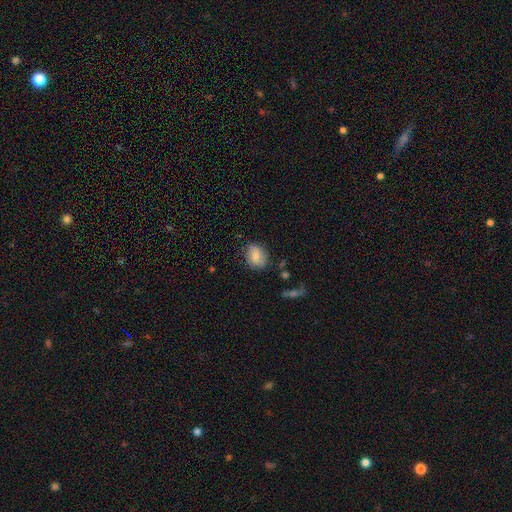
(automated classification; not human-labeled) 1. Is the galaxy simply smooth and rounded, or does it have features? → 74% smooth, 18% featured or disk, 8% star or artifact.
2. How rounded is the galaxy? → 57% in between, 42% round, 1% cigar-shaped.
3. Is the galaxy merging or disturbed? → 72% none, 21% minor disturbance, 5% major disturbance, 2% merger.